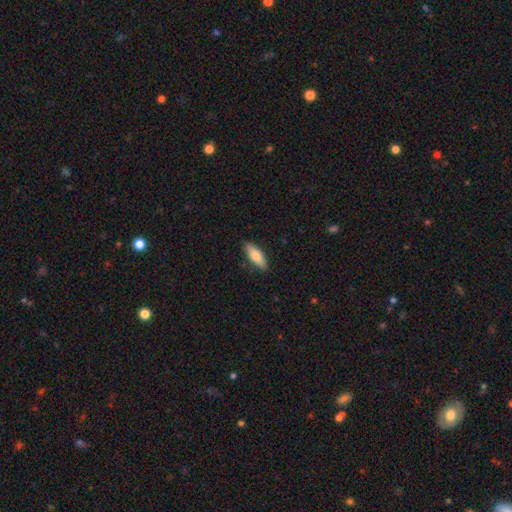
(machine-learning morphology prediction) type=smooth (77%); roundness=in between (65%); merging=none (86%).